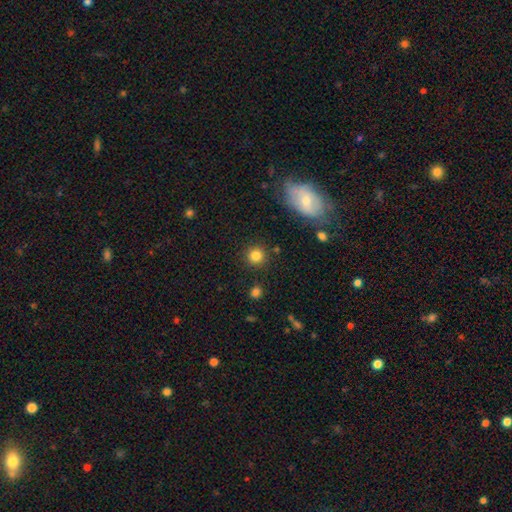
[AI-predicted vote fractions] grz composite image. It shows a smooth galaxy with no disk features (84%) that is round (91%). Merging: none (87%).